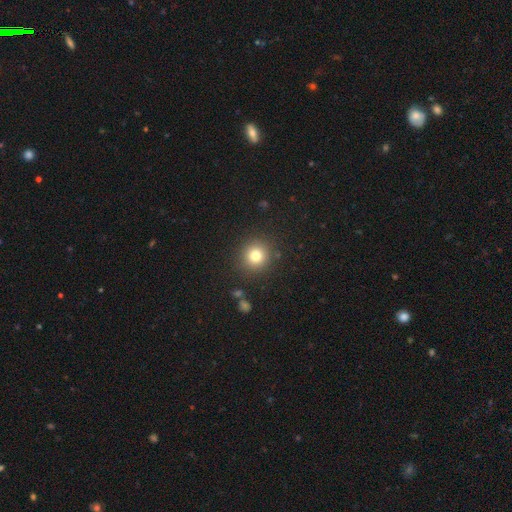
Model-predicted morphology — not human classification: smooth 79%, star or artifact 13%, featured or disk 8%. Down the decision tree: how rounded — round (92%); merging — none (89%).